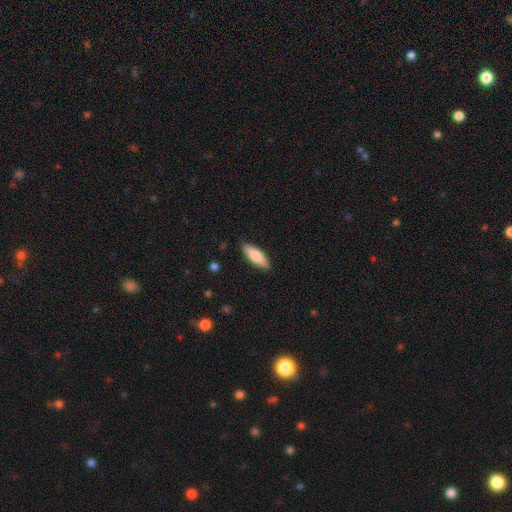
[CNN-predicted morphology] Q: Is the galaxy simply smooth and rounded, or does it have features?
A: smooth — 81%.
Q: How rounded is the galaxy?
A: in between — 55%.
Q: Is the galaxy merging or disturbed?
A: none — 88%.